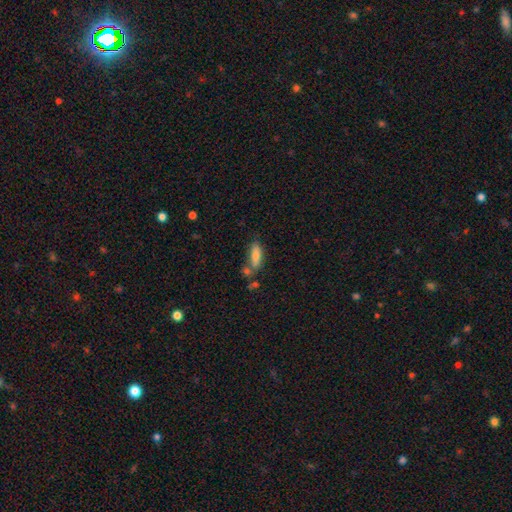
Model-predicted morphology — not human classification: Smooth or featured?
  - smooth: 79% *
  - featured or disk: 14%
  - star or artifact: 7%
How rounded?
  - in between: 58% *
  - cigar-shaped: 39%
  - round: 2%
Merging?
  - none: 58% *
  - merger: 20%
  - minor disturbance: 16%
  - major disturbance: 5%